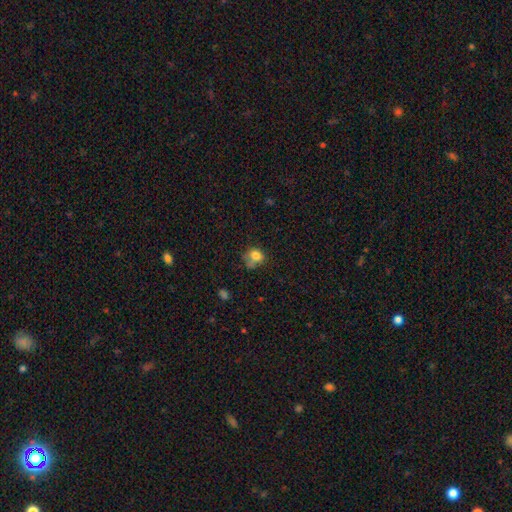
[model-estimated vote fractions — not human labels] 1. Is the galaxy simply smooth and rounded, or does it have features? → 77% smooth, 12% star or artifact, 11% featured or disk.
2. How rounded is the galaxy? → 59% round, 40% in between, 1% cigar-shaped.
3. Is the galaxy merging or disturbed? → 42% none, 29% minor disturbance, 15% major disturbance, 13% merger.